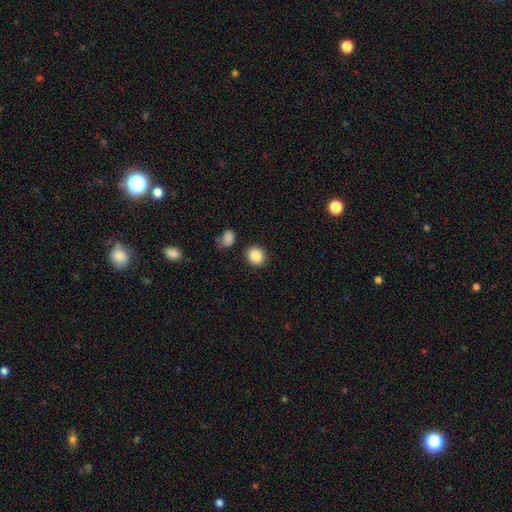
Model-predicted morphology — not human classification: A smooth galaxy with no disk features (88%) that is round (81%).

Vote fractions:
- Smooth or featured? smooth: 88% / star or artifact: 9% / featured or disk: 4%
- How rounded? round: 81% / in between: 18% / cigar-shaped: 1%
- Merging? none: 86% / minor disturbance: 8% / merger: 3% / major disturbance: 3%